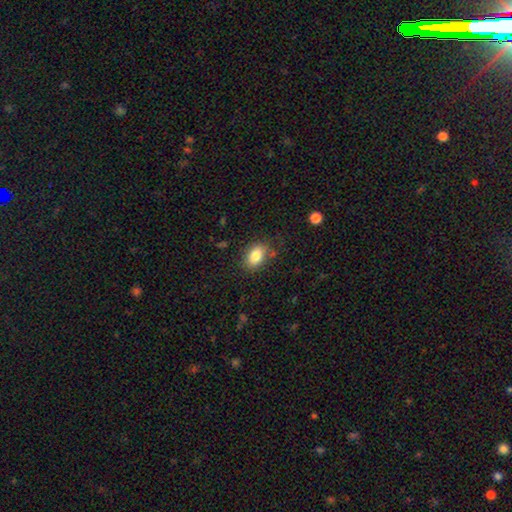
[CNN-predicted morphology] This is clearly a smooth galaxy (83%). How rounded: clearly in between (80%). Merging: likely none (78%).